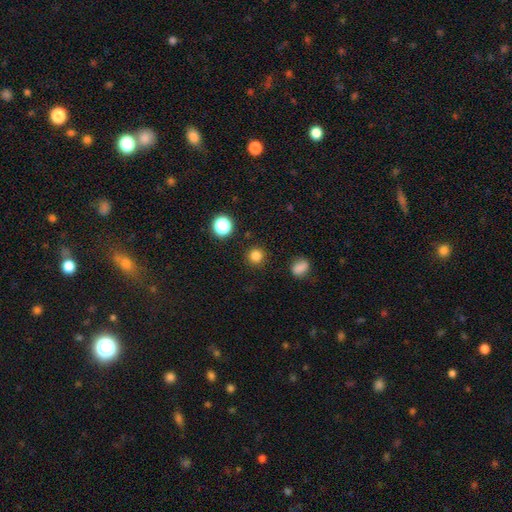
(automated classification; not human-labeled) smooth-or-featured: smooth: 82% | star or artifact: 14% | featured or disk: 4%
  how-rounded: round: 93% | in between: 6% | cigar-shaped: 1%
  merging: none: 90% | minor disturbance: 6% | major disturbance: 2% | merger: 2%